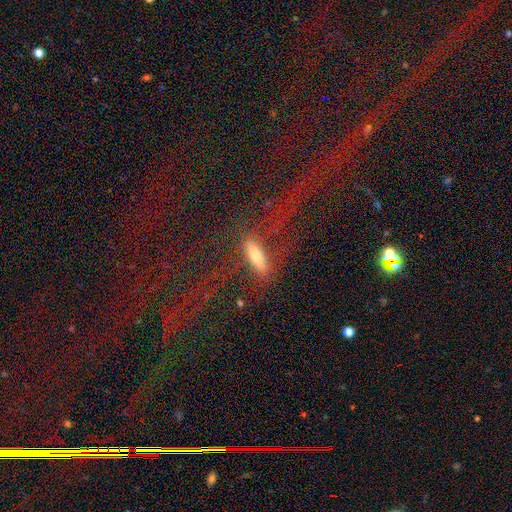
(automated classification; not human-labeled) Smooth or featured? smooth (56%)
How rounded? cigar-shaped (65%)
Merging? none (60%)